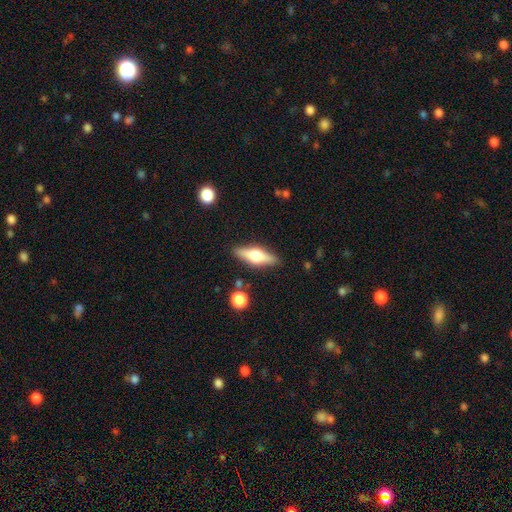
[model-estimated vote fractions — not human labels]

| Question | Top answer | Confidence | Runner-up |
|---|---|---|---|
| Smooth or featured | featured or disk | 57% | smooth (36%) |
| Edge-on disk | yes | 94% | no (6%) |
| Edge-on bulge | rounded | 94% | boxy (5%) |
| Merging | none | 87% | minor disturbance (9%) |